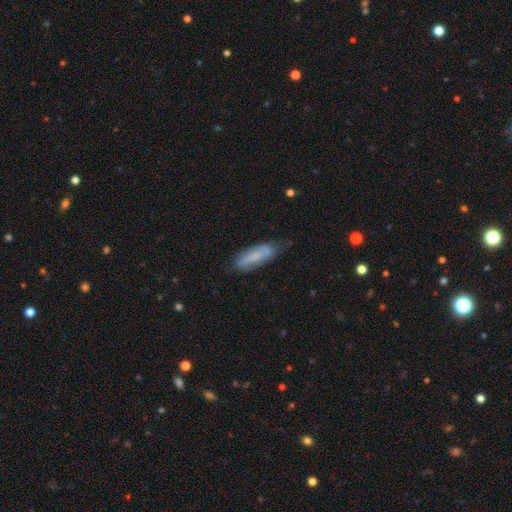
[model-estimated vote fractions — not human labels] This appears to be a smooth galaxy with no disk features (66%) that is cigar-shaped (53%). Merging: none (65%).